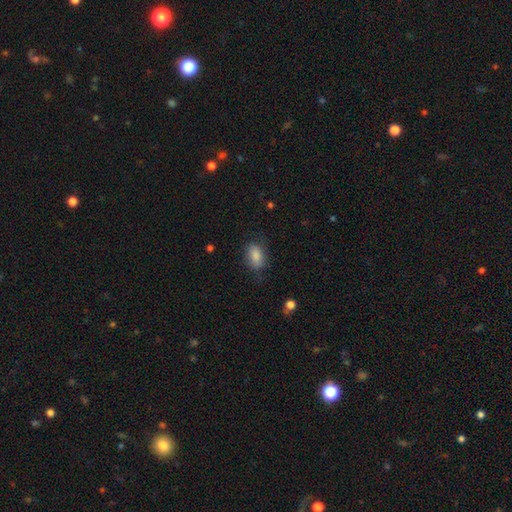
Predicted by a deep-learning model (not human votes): Smooth or featured?
  - smooth: 85% *
  - featured or disk: 8%
  - star or artifact: 7%
How rounded?
  - in between: 88% *
  - round: 9%
  - cigar-shaped: 3%
Merging?
  - none: 74% *
  - minor disturbance: 19%
  - major disturbance: 6%
  - merger: 1%